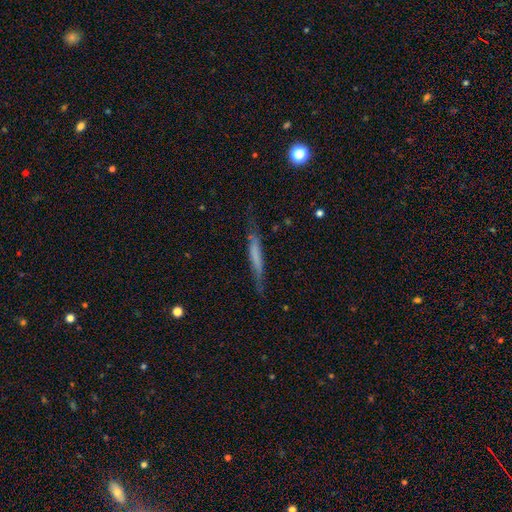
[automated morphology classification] Smooth or featured?
  - smooth: 51% *
  - featured or disk: 41%
  - star or artifact: 7%
How rounded?
  - cigar-shaped: 93% *
  - in between: 5%
  - round: 2%
Merging?
  - none: 66% *
  - minor disturbance: 24%
  - major disturbance: 8%
  - merger: 2%